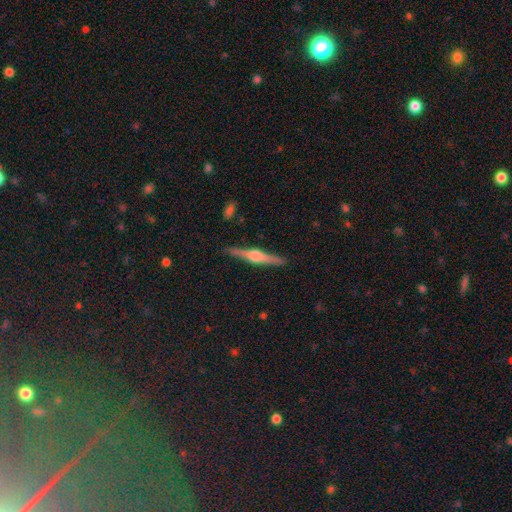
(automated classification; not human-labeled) The model was most divided on "smooth or featured": featured or disk: 79%, smooth: 15%, star or artifact: 6%. More confident: edge-on disk — yes (98%); merging — none (90%); edge-on bulge — rounded (89%).